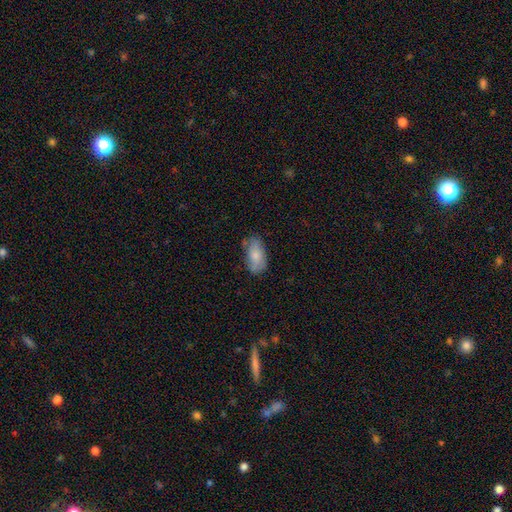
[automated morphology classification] A smooth galaxy with no disk features (75%) that is in between round and cigar-shaped (92%). Merging: none (68%).